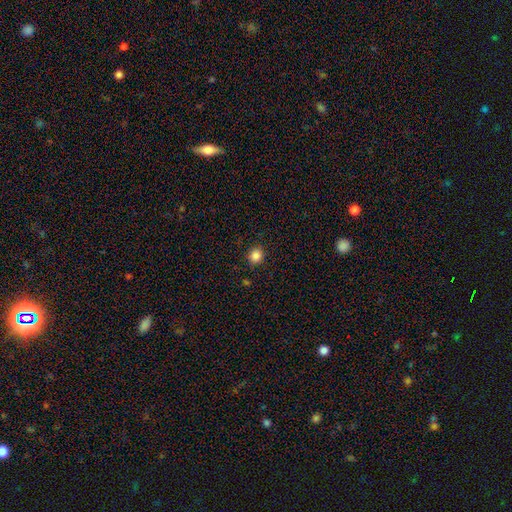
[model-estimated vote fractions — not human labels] This appears to be a smooth galaxy with no disk features (85%) that is round (83%). Merging: none (90%).